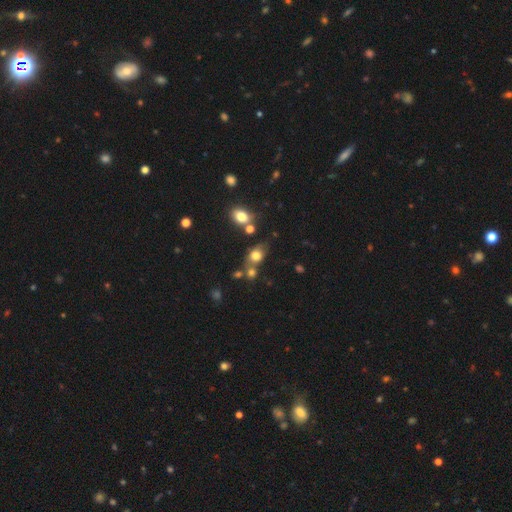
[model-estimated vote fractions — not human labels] smooth_or_featured: smooth (p=0.75) [alt: star or artifact p=0.14]
how_rounded: in between (p=0.57) [alt: round p=0.41]
merging: none (p=0.52) [alt: merger p=0.25]